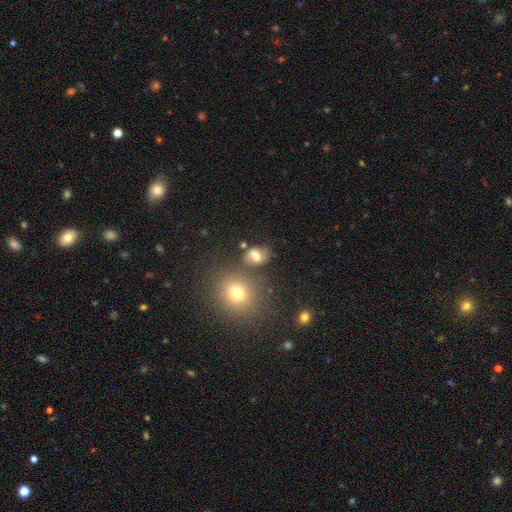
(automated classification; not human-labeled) A smooth galaxy with no disk features (50%) that is in between round and cigar-shaped (50%).

Vote fractions:
- Smooth or featured? smooth: 50% / featured or disk: 34% / star or artifact: 16%
- How rounded? in between: 50% / round: 48% / cigar-shaped: 2%
- Merging? none: 57% / minor disturbance: 18% / merger: 14% / major disturbance: 10%